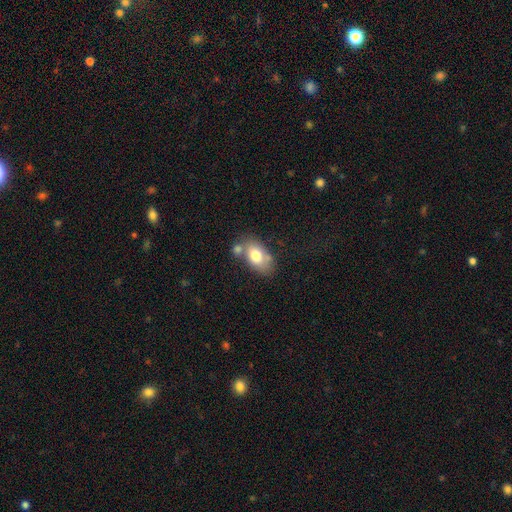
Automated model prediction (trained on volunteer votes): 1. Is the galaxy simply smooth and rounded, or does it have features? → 74% smooth, 19% featured or disk, 7% star or artifact.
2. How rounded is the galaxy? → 87% in between, 11% round, 2% cigar-shaped.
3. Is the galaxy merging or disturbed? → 50% none, 26% merger, 18% minor disturbance, 6% major disturbance.